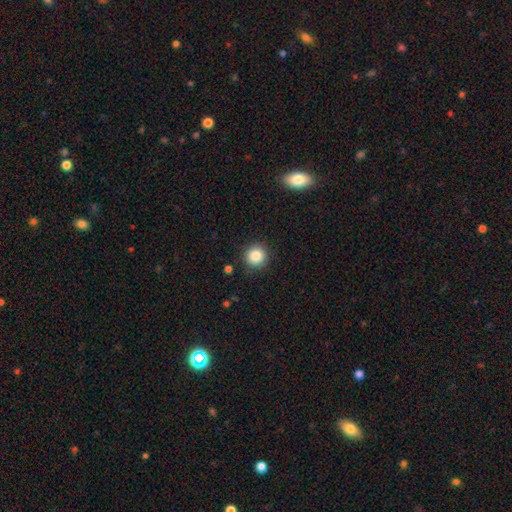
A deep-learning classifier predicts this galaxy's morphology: type=smooth (85%); roundness=round (94%); merging=none (90%).